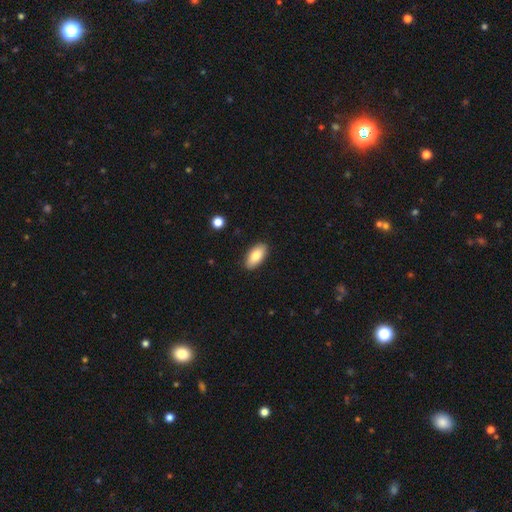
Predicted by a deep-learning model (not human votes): Smooth or featured? Predicted: smooth (p=0.82). How rounded? Predicted: in between (p=0.92). Merging? Predicted: none (p=0.89).